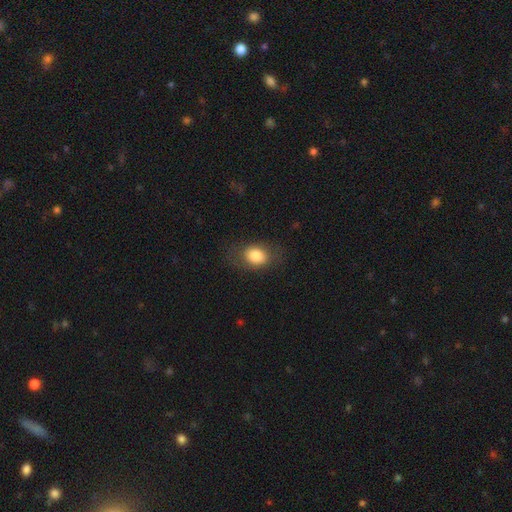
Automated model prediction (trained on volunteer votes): This is clearly a smooth galaxy (82%). How rounded: likely in between (65%). Merging: likely none (76%).